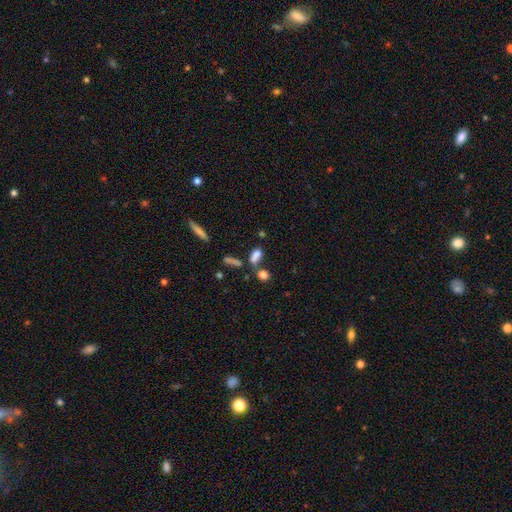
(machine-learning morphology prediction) Smooth or featured? Predicted: smooth (p=0.75). How rounded? Predicted: in between (p=0.69). Merging? Predicted: none (p=0.43).